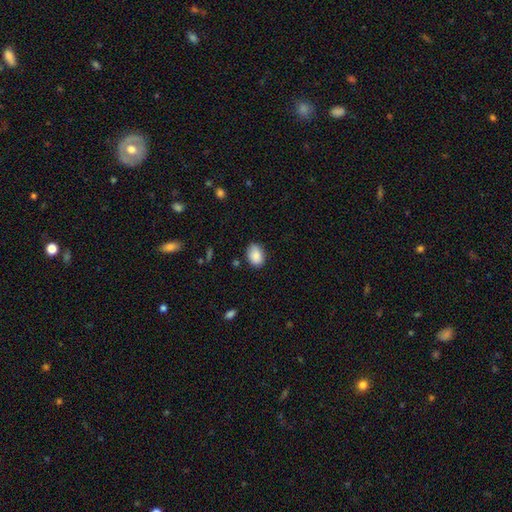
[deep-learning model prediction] Smooth or featured? smooth (87%)
How rounded? in between (79%)
Merging? none (81%)